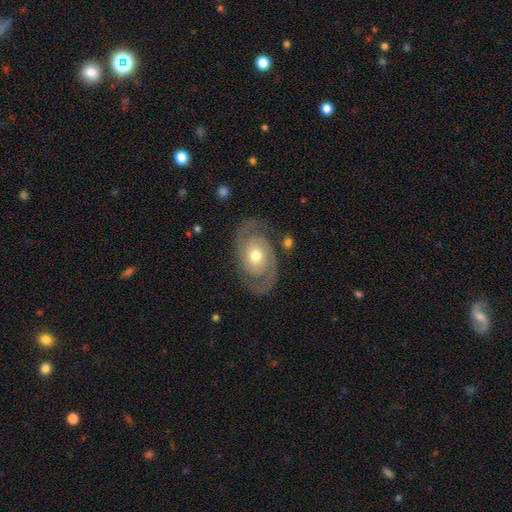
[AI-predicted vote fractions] Smooth or featured: featured or disk — 86% (smooth — 9%)
Edge-on disk: no — 97% (yes — 3%)
Bar: no — 78% (weak — 17%)
Spiral arms: yes — 94% (no — 6%)
Spiral winding: tight — 52% (medium — 38%)
Spiral arm count: 2 — 90% (can't tell — 5%)
Bulge size: moderate — 70% (small — 23%)
Merging: none — 80% (minor disturbance — 13%)